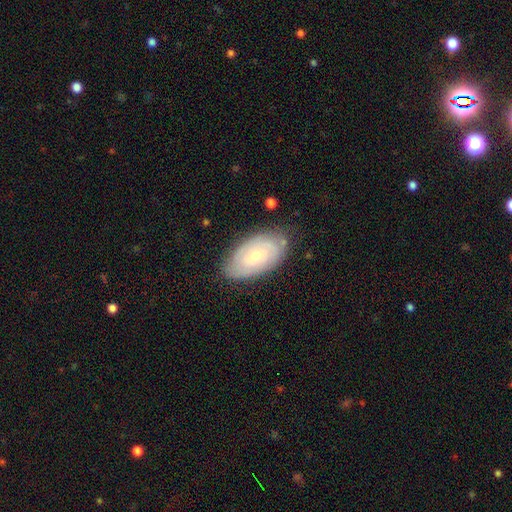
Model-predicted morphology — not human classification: The model was most divided on "smooth or featured": featured or disk: 59%, smooth: 34%, star or artifact: 7%. More confident: edge-on disk — no (94%); spiral arms — yes (80%); merging — none (77%); bar — no (73%); bulge size — small (62%).